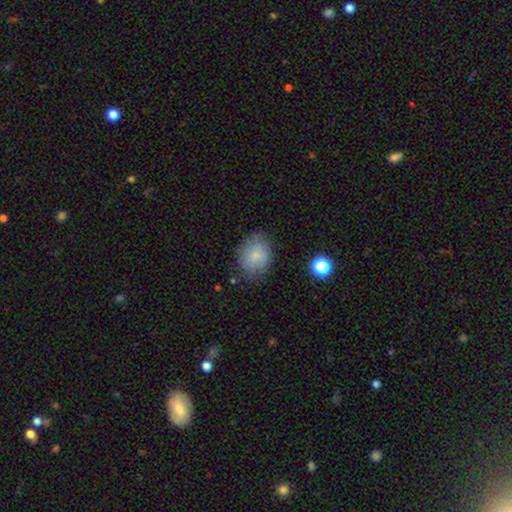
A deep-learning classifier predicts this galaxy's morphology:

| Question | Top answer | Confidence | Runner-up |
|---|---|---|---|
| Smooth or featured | smooth | 74% | featured or disk (17%) |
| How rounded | round | 54% | in between (45%) |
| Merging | none | 70% | minor disturbance (21%) |